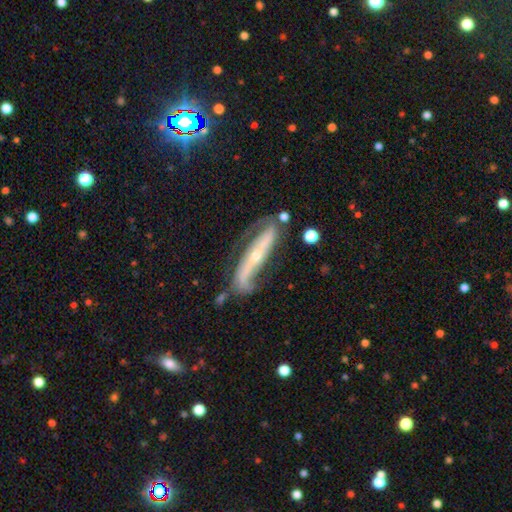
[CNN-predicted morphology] A featured or disk galaxy (82%) with a strong bar (53%), 2 (85%) loose (45%) spiral arms (89%) and a small central bulge (69%). Merging: none (60%).